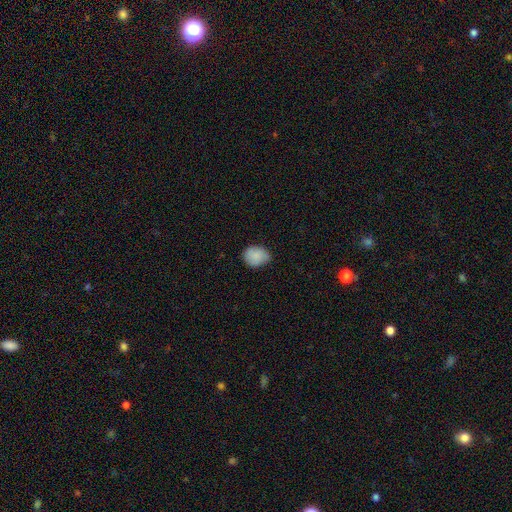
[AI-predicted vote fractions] smooth_or_featured: smooth (p=0.86) [alt: star or artifact p=0.07]
how_rounded: in between (p=0.54) [alt: round p=0.45]
merging: none (p=0.66) [alt: minor disturbance p=0.28]